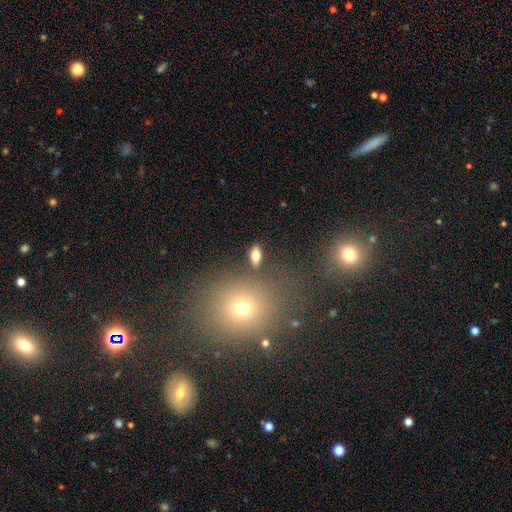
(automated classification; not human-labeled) Smooth or featured: smooth — 73% (featured or disk — 16%)
How rounded: in between — 82% (cigar-shaped — 9%)
Merging: none — 82% (minor disturbance — 9%)